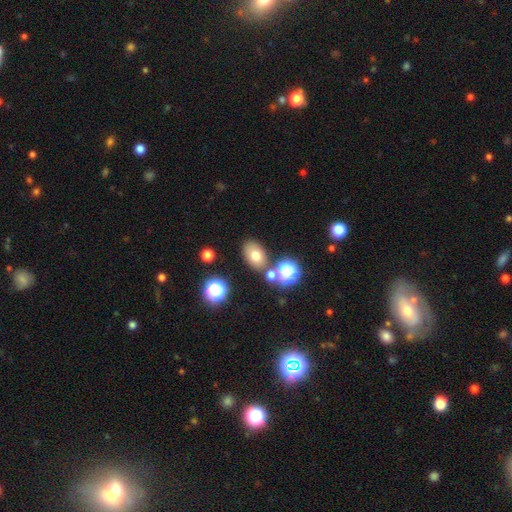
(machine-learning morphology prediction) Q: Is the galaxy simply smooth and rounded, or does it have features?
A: smooth — 71%.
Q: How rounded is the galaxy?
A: in between — 79%.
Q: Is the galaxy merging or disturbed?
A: none — 75%.